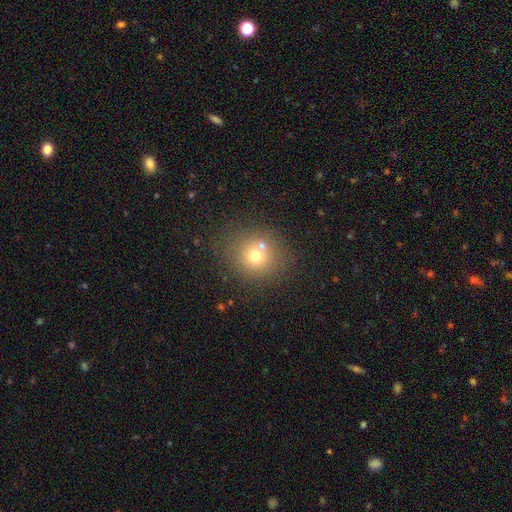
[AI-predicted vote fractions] Smooth or featured? smooth (67%)
How rounded? round (84%)
Merging? none (61%)